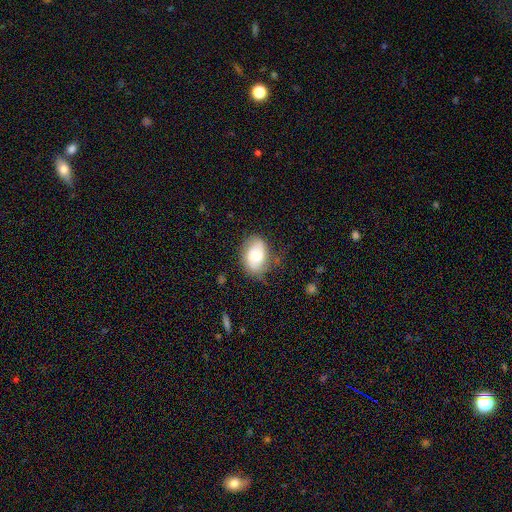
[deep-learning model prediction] Morphology: type=smooth (58%); roundness=in between (82%); merging=none (64%).